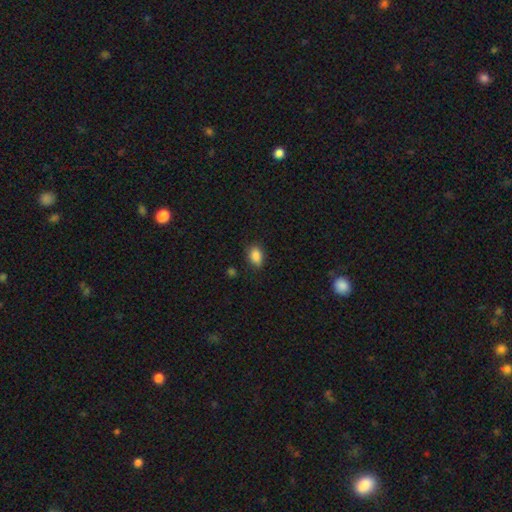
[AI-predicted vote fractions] smooth 88%, star or artifact 9%, featured or disk 4%. Down the decision tree: how rounded — in between (84%); merging — none (82%).